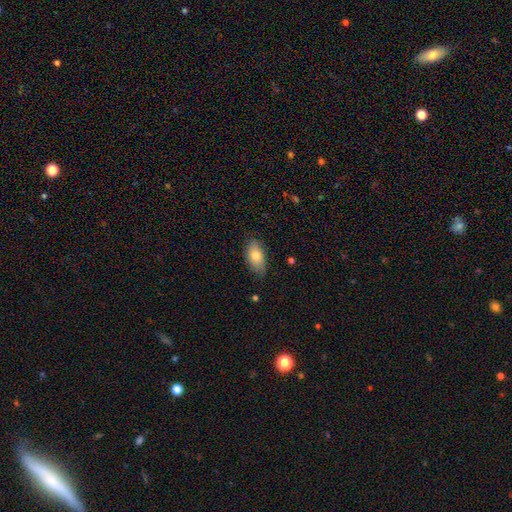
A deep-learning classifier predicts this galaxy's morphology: Overall: smooth (78%). How rounded: in between (90%). Merging: none (80%).